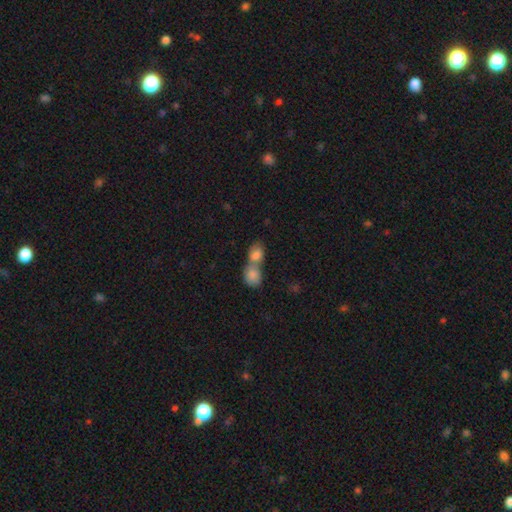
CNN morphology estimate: Smooth or featured?
  - smooth: 82% *
  - featured or disk: 10%
  - star or artifact: 8%
How rounded?
  - in between: 66% *
  - round: 31%
  - cigar-shaped: 3%
Merging?
  - merger: 75% *
  - none: 18%
  - minor disturbance: 4%
  - major disturbance: 2%